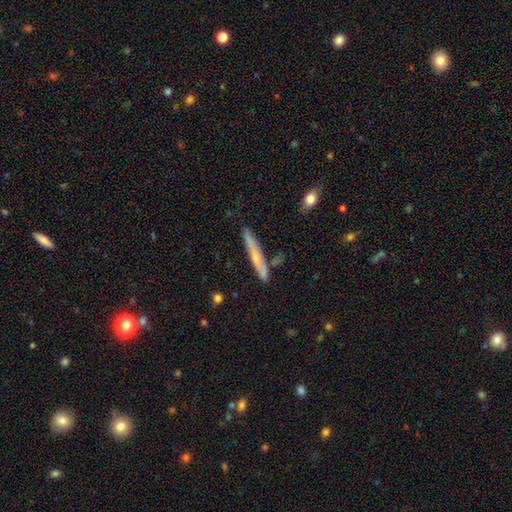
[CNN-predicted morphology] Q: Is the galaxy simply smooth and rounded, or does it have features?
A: featured or disk — 49%.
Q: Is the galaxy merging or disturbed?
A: none — 79%.